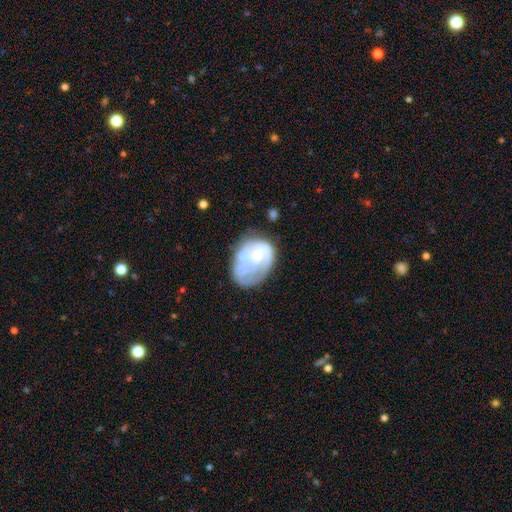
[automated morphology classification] Smooth or featured: featured or disk — 68% (smooth — 25%)
Edge-on disk: no — 98% (yes — 2%)
Bar: no — 69% (weak — 26%)
Spiral arms: yes — 64% (no — 36%)
Bulge size: small — 56% (moderate — 25%)
Merging: none — 40% (minor disturbance — 27%)